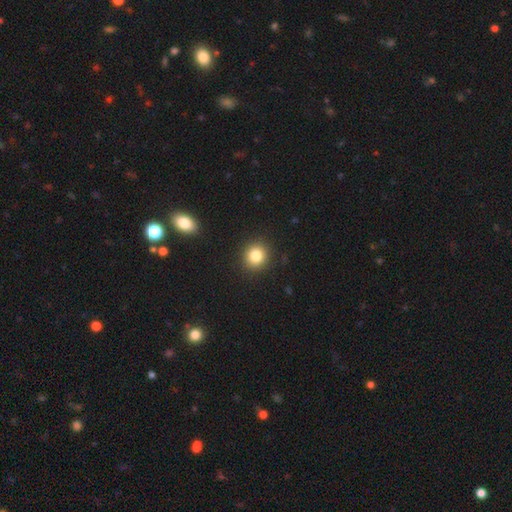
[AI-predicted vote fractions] This appears to be a smooth galaxy with no disk features (83%) that is round (85%). Merging: none (91%).